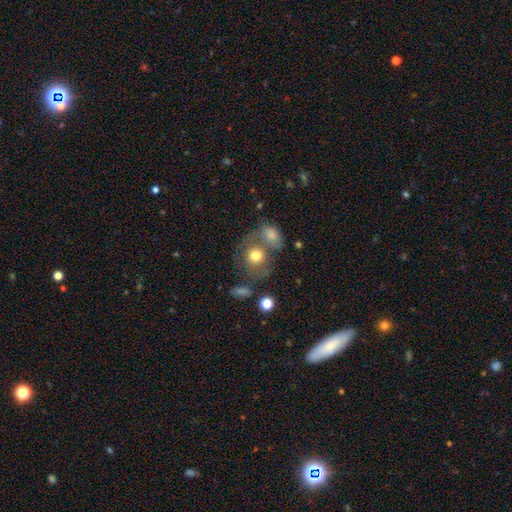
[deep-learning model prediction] Q: Smooth or featured?
A: smooth (69%); runner-up: featured or disk (21%)
Q: How rounded?
A: round (74%); runner-up: in between (25%)
Q: Merging?
A: none (48%); runner-up: merger (30%)